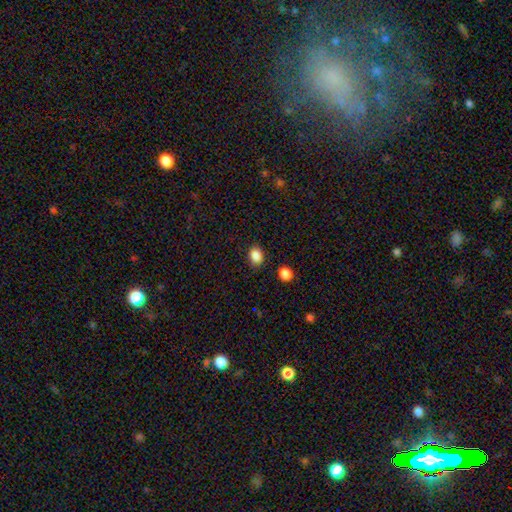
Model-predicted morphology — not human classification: A smooth galaxy with no disk features (87%) that is in between round and cigar-shaped (64%). Merging: none (82%).